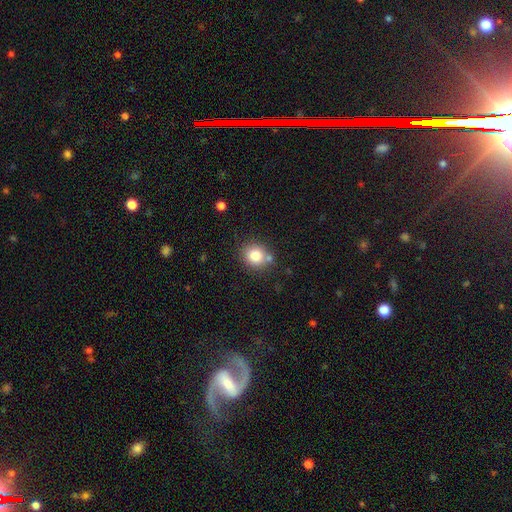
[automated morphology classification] A smooth galaxy with no disk features (80%) that is round (82%). Merging: none (74%).